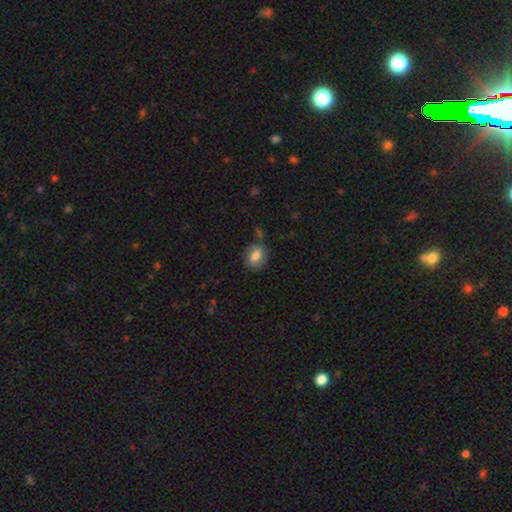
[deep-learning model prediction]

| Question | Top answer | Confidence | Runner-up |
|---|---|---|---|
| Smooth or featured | smooth | 73% | featured or disk (19%) |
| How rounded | in between | 59% | round (39%) |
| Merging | none | 64% | minor disturbance (23%) |